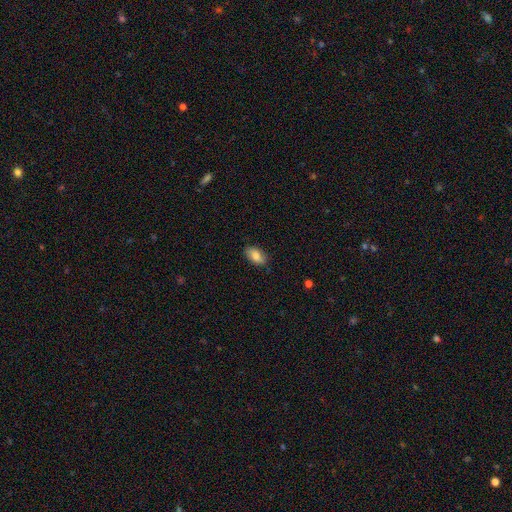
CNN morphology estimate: Overall: smooth (80%). How rounded: in between (92%). Merging: none (83%).